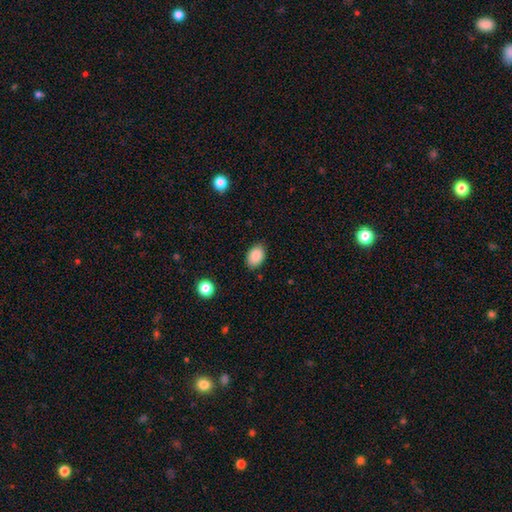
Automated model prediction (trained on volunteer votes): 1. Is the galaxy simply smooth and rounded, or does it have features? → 89% smooth, 8% star or artifact, 3% featured or disk.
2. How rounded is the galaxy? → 84% in between, 15% round, 1% cigar-shaped.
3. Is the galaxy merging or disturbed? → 84% none, 12% minor disturbance, 3% major disturbance, 1% merger.